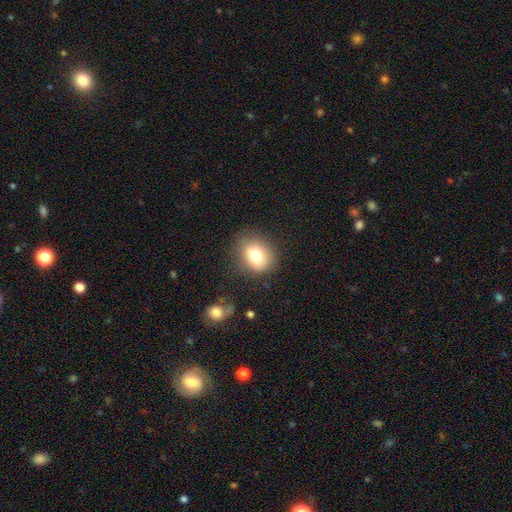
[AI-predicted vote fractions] Smooth or featured: smooth — 77% (featured or disk — 12%)
How rounded: round — 56% (in between — 43%)
Merging: none — 79% (minor disturbance — 14%)